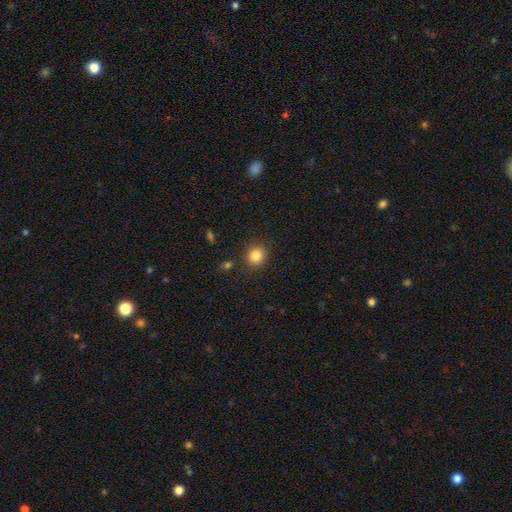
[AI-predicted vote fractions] smooth_or_featured: smooth (p=0.84) [alt: star or artifact p=0.11]
how_rounded: round (p=0.85) [alt: in between p=0.14]
merging: none (p=0.87) [alt: minor disturbance p=0.08]